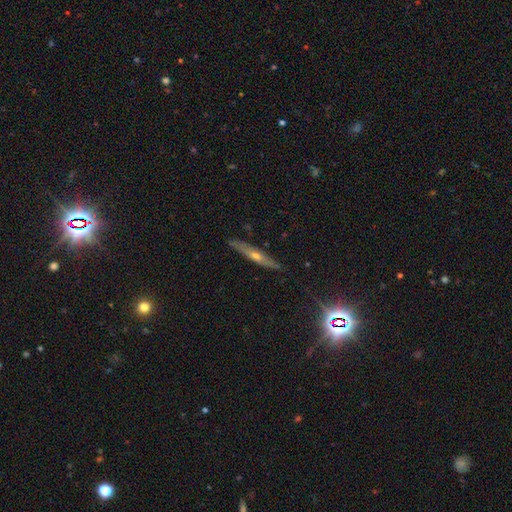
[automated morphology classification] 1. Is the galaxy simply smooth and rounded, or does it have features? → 62% featured or disk, 24% smooth, 13% star or artifact.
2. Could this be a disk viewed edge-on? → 91% yes, 9% no.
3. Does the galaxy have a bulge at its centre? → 81% rounded, 15% none, 3% boxy.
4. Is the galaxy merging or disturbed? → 86% none, 11% minor disturbance, 2% major disturbance, 1% merger.